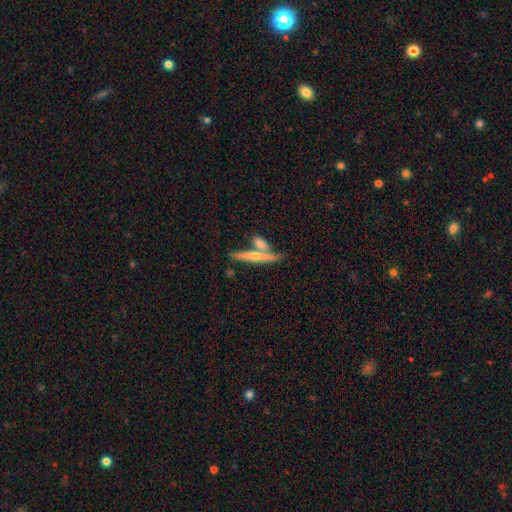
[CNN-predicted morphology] Smooth or featured?
  - smooth: 48% *
  - featured or disk: 46%
  - star or artifact: 7%
Merging?
  - none: 54% *
  - merger: 33%
  - minor disturbance: 10%
  - major disturbance: 4%